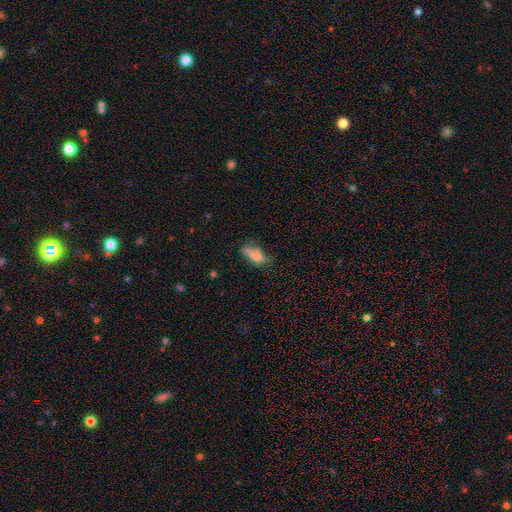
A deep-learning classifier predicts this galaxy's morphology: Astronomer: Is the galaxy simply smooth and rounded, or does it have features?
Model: smooth — 67%.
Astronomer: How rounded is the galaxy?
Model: in between — 71%.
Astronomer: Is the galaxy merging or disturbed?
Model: none — 34% (runner-up: minor disturbance, 28%).